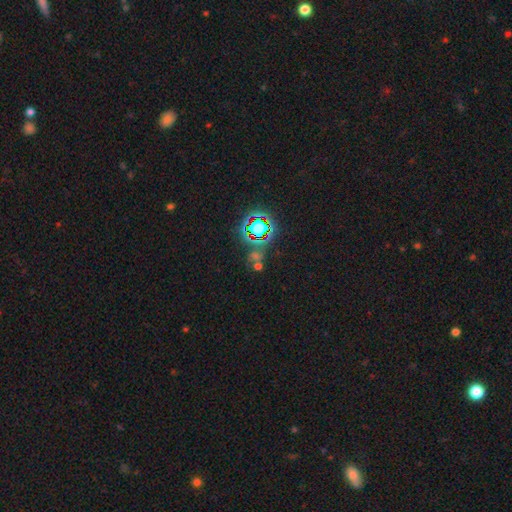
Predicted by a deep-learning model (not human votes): Smooth or featured: star or artifact — 63% (smooth — 26%)